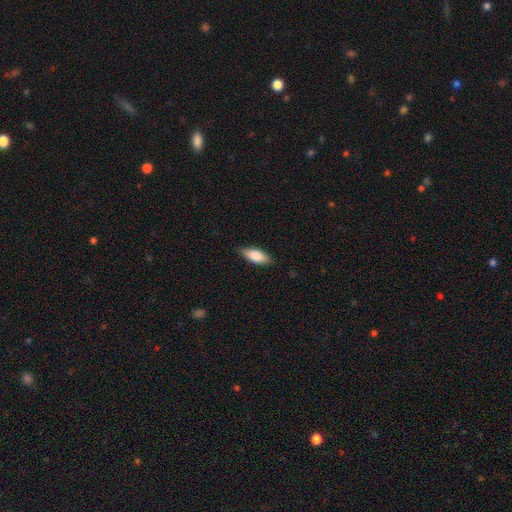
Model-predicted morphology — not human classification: Smooth or featured? Predicted: smooth (p=0.78). How rounded? Predicted: in between (p=0.79). Merging? Predicted: none (p=0.85).